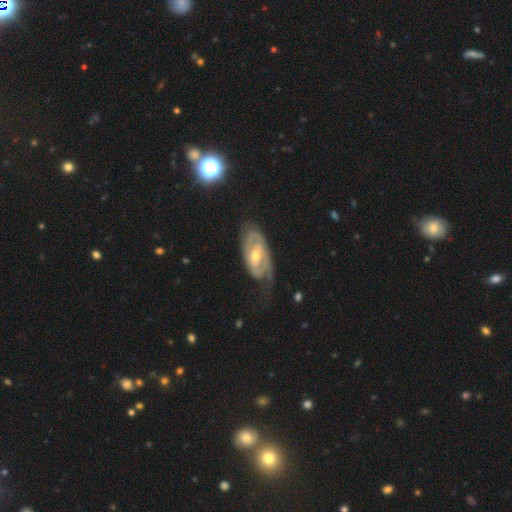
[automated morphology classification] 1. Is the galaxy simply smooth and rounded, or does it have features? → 83% featured or disk, 12% smooth, 5% star or artifact.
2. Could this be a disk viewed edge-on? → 94% no, 6% yes.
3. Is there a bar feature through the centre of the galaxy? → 45% no, 41% weak, 13% strong.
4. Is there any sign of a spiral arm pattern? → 89% yes, 11% no.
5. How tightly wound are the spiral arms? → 59% tight, 30% medium, 11% loose.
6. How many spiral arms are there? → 56% 2, 23% can't tell, 13% 1, 4% 3, 2% 4, 2% more than 4.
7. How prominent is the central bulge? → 63% moderate, 32% small, 3% large, 1% none, 1% dominant.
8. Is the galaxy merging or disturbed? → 57% none, 25% minor disturbance, 17% major disturbance, 2% merger.